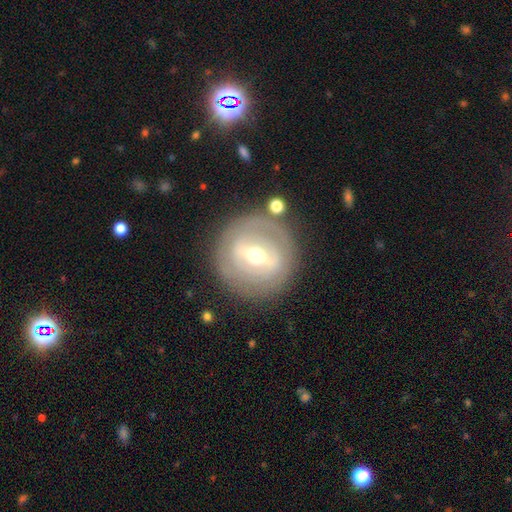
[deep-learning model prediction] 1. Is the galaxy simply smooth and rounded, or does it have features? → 73% featured or disk, 21% smooth, 6% star or artifact.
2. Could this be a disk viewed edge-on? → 91% no, 9% yes.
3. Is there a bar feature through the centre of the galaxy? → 53% strong, 34% weak, 12% no.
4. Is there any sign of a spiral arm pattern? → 52% no, 48% yes.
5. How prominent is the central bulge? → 61% moderate, 34% small, 4% large, 1% dominant, 1% none.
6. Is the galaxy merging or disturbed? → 82% none, 11% minor disturbance, 5% major disturbance, 2% merger.